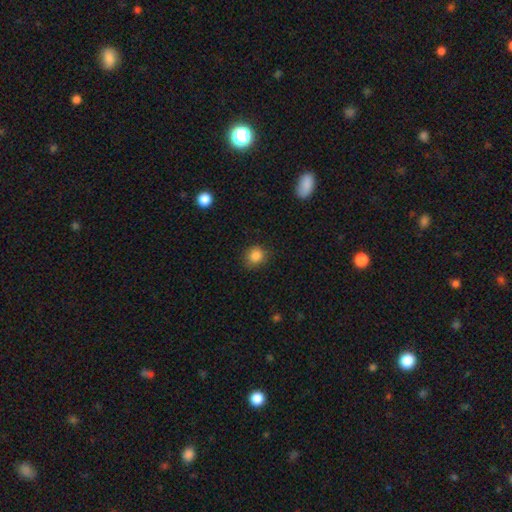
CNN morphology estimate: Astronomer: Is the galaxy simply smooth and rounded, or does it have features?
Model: smooth — 85%.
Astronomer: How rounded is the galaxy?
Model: round — 78%.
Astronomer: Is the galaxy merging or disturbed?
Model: none — 82%.